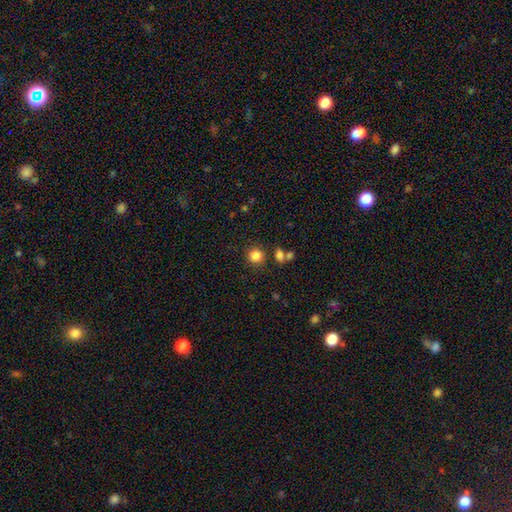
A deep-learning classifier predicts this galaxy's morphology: A smooth galaxy with no disk features (84%) that is round (89%). Merging: none (83%).